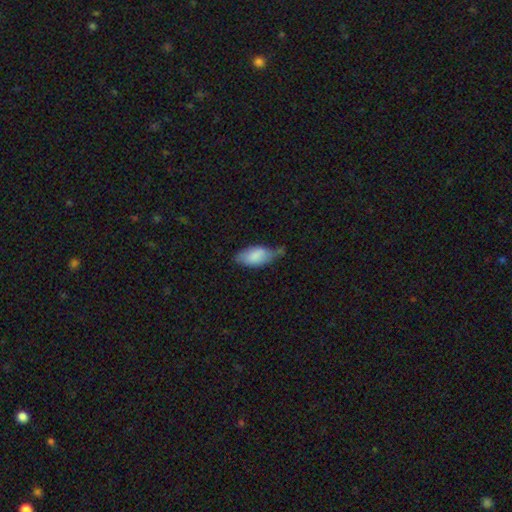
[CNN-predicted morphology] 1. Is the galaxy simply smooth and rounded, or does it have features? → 79% smooth, 15% featured or disk, 7% star or artifact.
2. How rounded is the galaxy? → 91% in between, 6% cigar-shaped, 2% round.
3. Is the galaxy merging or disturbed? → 42% minor disturbance, 39% none, 13% major disturbance, 6% merger.